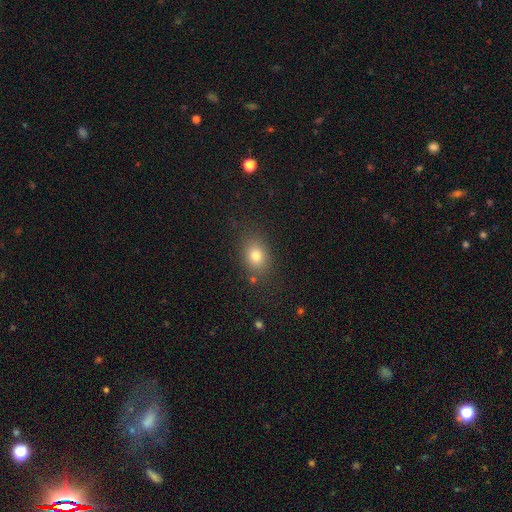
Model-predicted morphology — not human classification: This is likely a smooth galaxy (78%). How rounded: possibly in between (59%). Merging: clearly none (80%).